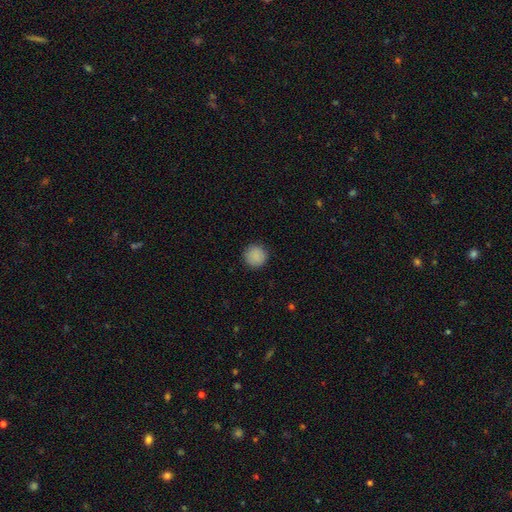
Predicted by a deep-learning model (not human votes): A smooth galaxy with no disk features (88%) that is round (94%).

Vote fractions:
- Smooth or featured? smooth: 88% / star or artifact: 9% / featured or disk: 3%
- How rounded? round: 94% / in between: 5% / cigar-shaped: 1%
- Merging? none: 90% / minor disturbance: 7% / major disturbance: 2% / merger: 1%